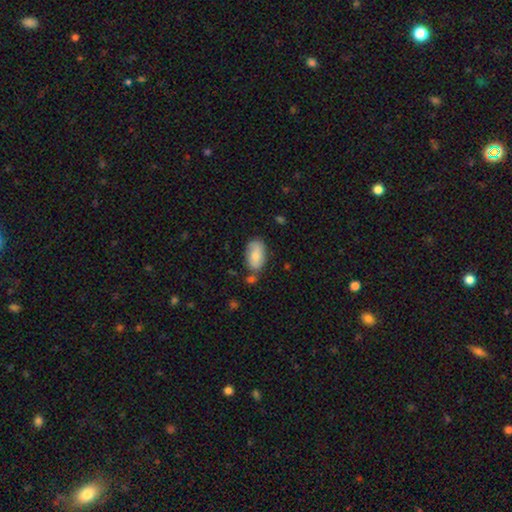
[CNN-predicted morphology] Smooth or featured: smooth — 78% (featured or disk — 15%)
How rounded: in between — 93% (round — 5%)
Merging: none — 65% (minor disturbance — 21%)